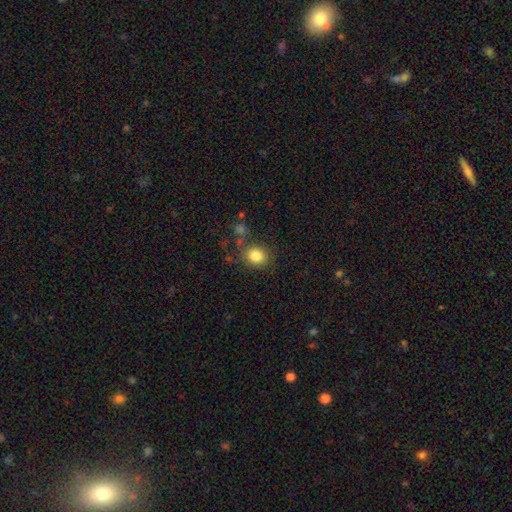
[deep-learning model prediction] Overall: smooth (83%). How rounded: round (70%). Merging: none (74%).